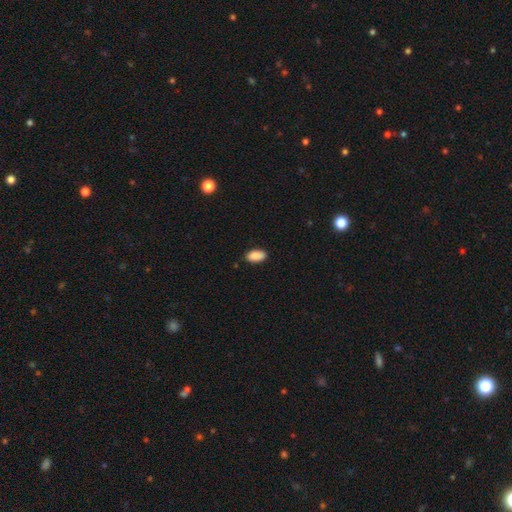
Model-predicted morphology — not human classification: This appears to be a smooth galaxy with no disk features (89%) that is in between round and cigar-shaped (93%). Merging: none (86%).